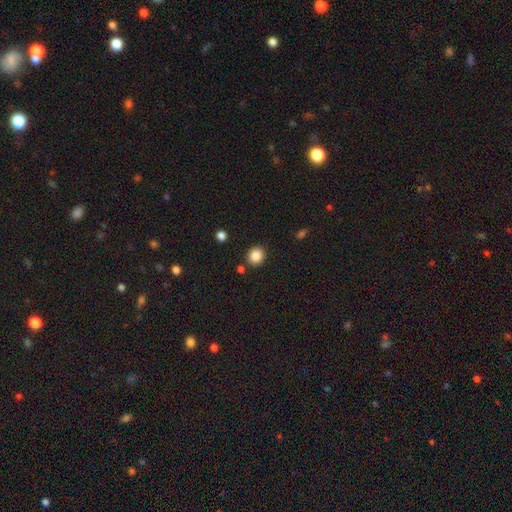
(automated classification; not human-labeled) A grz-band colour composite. It shows a smooth galaxy with no disk features (86%) that is round (80%). Merging: none (86%).